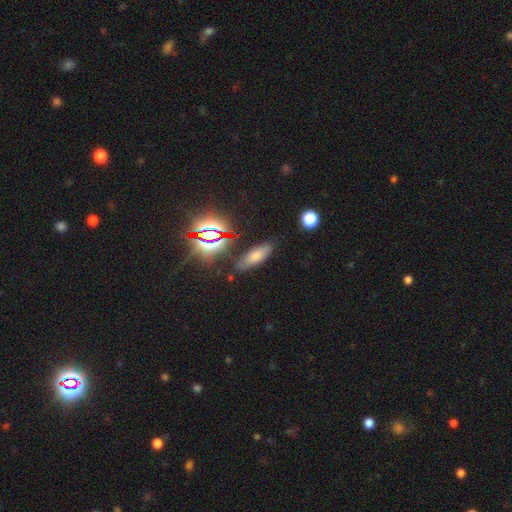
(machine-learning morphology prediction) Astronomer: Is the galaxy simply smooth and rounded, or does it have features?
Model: smooth — 50% (runner-up: star or artifact, 32%).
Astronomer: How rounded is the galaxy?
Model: in between — 58% (runner-up: cigar-shaped, 36%).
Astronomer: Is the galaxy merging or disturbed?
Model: none — 83%.